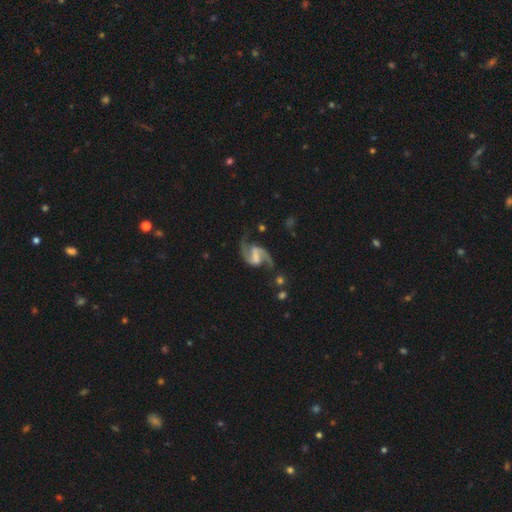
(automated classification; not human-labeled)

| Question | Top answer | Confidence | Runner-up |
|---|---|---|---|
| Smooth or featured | featured or disk | 90% | star or artifact (5%) |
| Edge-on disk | no | 98% | yes (2%) |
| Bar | weak | 44% | strong (40%) |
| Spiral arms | yes | 97% | no (3%) |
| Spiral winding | loose | 49% | medium (43%) |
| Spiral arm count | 2 | 94% | 1 (2%) |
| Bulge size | none | 50% | small (23%) |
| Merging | none | 71% | minor disturbance (16%) |